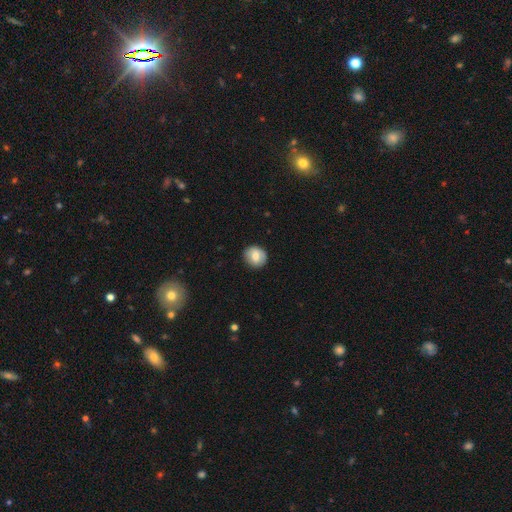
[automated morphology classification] smooth-or-featured: smooth: 73% | featured or disk: 19% | star or artifact: 8%
  how-rounded: round: 78% | in between: 21% | cigar-shaped: 1%
  merging: none: 86% | minor disturbance: 11% | major disturbance: 2% | merger: 1%